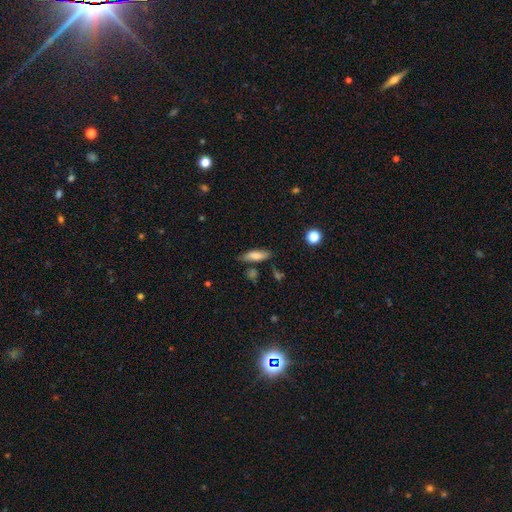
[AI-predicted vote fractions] Smooth or featured? Predicted: smooth (p=0.76). How rounded? Predicted: in between (p=0.51). Merging? Predicted: none (p=0.74).